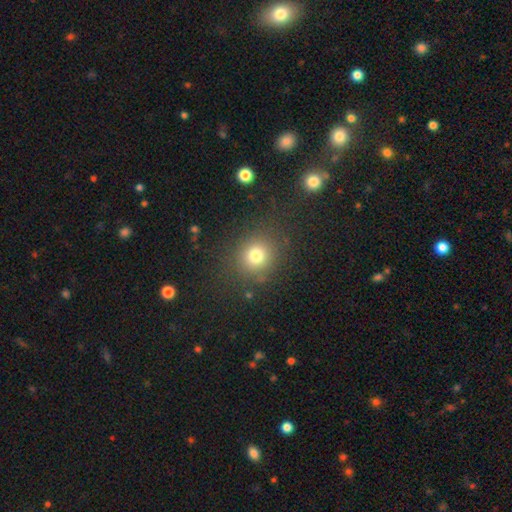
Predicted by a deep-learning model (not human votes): smooth-or-featured: smooth: 75% | star or artifact: 16% | featured or disk: 8%
  how-rounded: round: 82% | in between: 17% | cigar-shaped: 1%
  merging: none: 84% | minor disturbance: 9% | major disturbance: 5% | merger: 2%